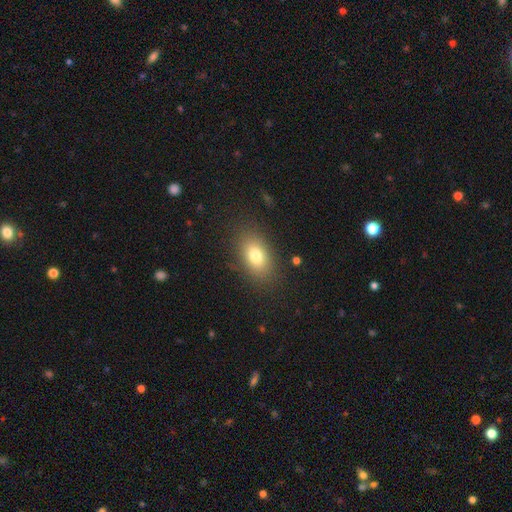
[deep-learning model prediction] Smooth or featured? Predicted: smooth (p=0.78). How rounded? Predicted: in between (p=0.85). Merging? Predicted: none (p=0.84).